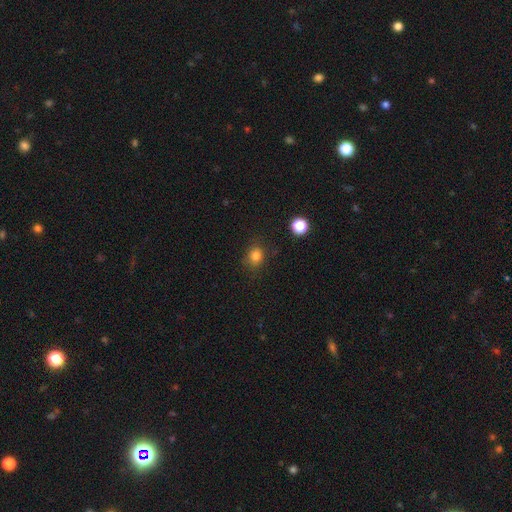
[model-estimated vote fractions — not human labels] Overall: smooth (81%). How rounded: round (69%; in between 30%). Merging: none (80%).